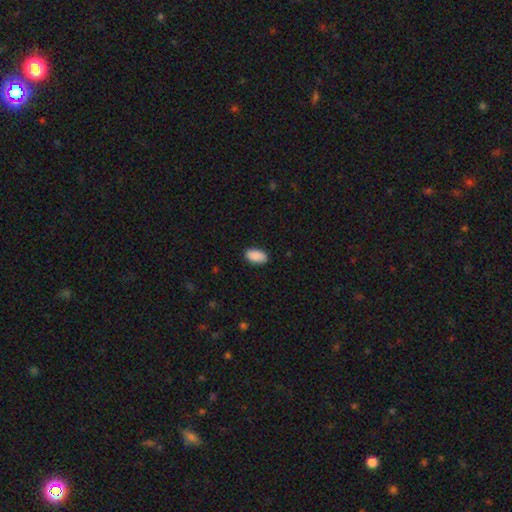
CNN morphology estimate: smooth-or-featured: smooth: 91% | star or artifact: 6% | featured or disk: 3%
  how-rounded: in between: 95% | round: 3% | cigar-shaped: 2%
  merging: none: 88% | minor disturbance: 9% | major disturbance: 2% | merger: 1%